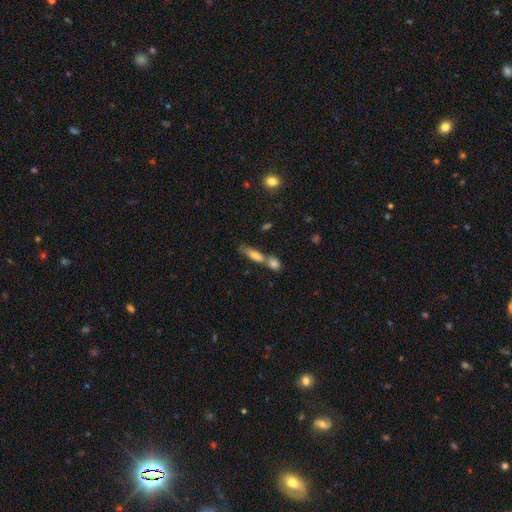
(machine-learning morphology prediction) Smooth or featured? Predicted: smooth (p=0.65). How rounded? Predicted: cigar-shaped (p=0.53). Merging? Predicted: merger (p=0.50).